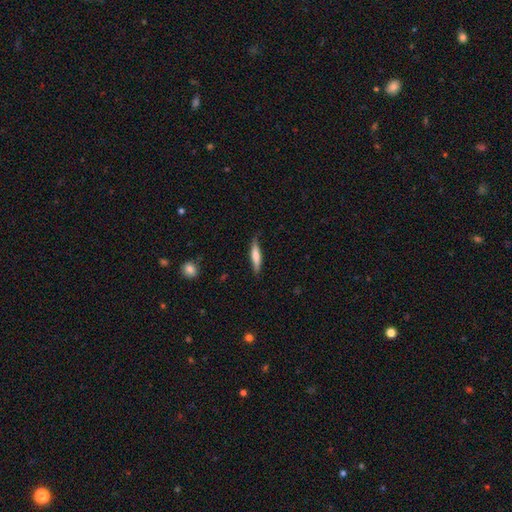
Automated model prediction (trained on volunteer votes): The model was most divided on "smooth or featured": smooth: 66%, featured or disk: 28%, star or artifact: 6%. More confident: how rounded — cigar-shaped (81%); merging — none (78%).